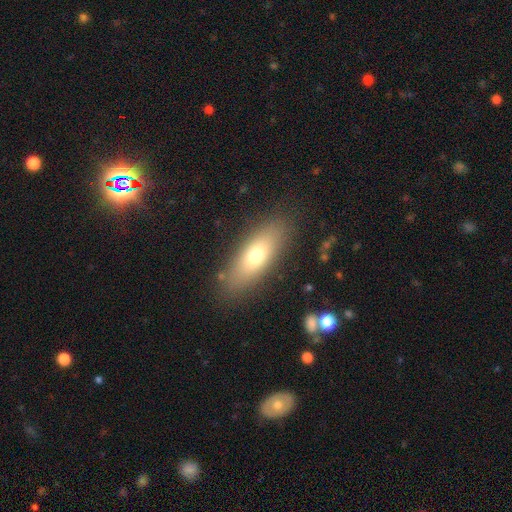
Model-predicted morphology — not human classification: The model was most divided on "how rounded": in between: 66%, cigar-shaped: 30%, round: 4%. More confident: merging — none (84%); smooth or featured — smooth (67%).